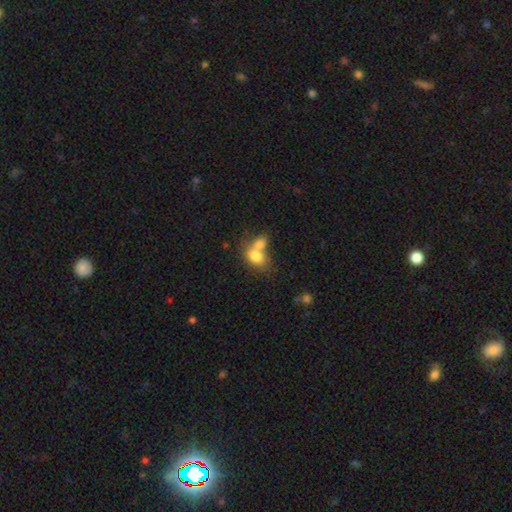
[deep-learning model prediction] Smooth or featured: smooth — 77% (featured or disk — 14%)
How rounded: in between — 70% (round — 28%)
Merging: merger — 64% (none — 23%)